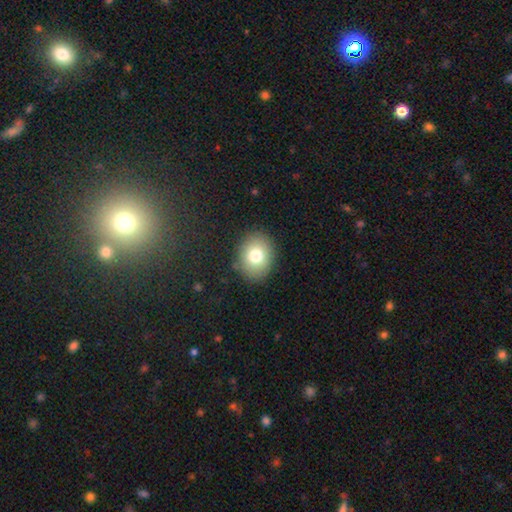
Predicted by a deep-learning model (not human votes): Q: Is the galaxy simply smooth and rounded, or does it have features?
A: smooth — 78%.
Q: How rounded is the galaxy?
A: round — 53%.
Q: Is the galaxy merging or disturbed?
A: none — 87%.